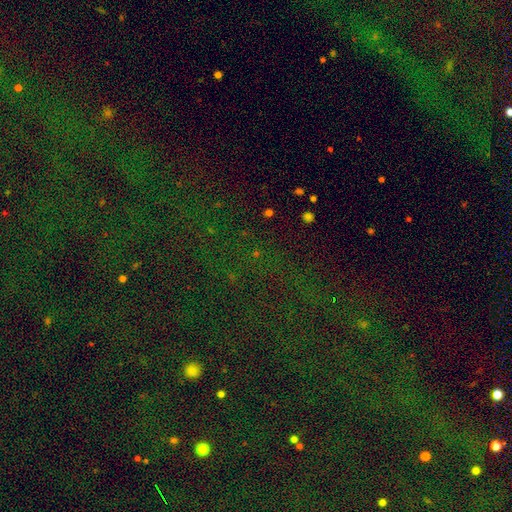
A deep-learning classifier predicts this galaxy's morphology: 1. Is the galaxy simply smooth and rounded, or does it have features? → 79% star or artifact, 12% smooth, 9% featured or disk.